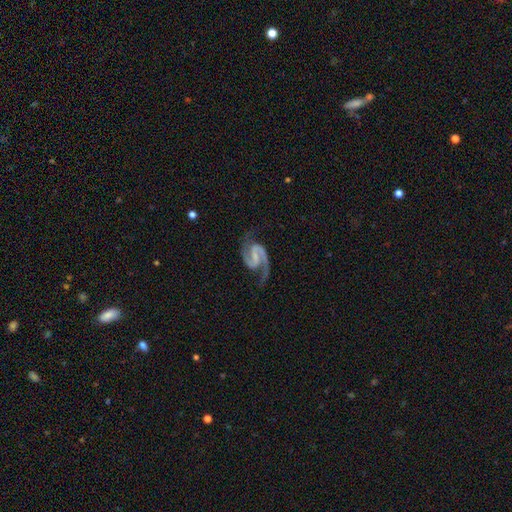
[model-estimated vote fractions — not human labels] Overall: featured or disk (94%). Edge-on disk: no (98%). Bar: weak (43%; strong 39%). Spiral arms: yes (99%). Spiral arm count: 2 (94%). Spiral winding: medium (63%). Bulge size: none (42%; small 40%). Merging: none (78%).